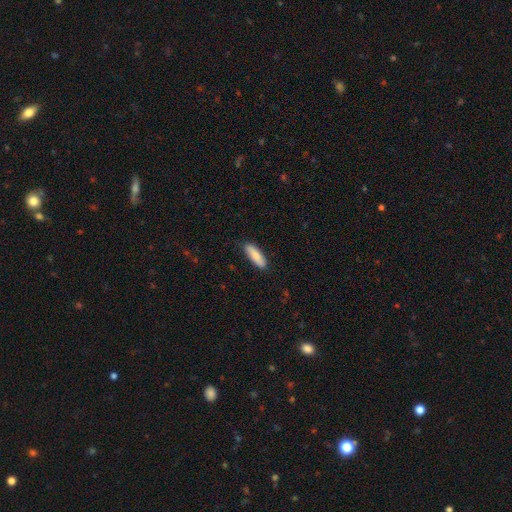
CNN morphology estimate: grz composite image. It shows a smooth galaxy with no disk features (82%) that is in between round and cigar-shaped (50%). Merging: none (87%).